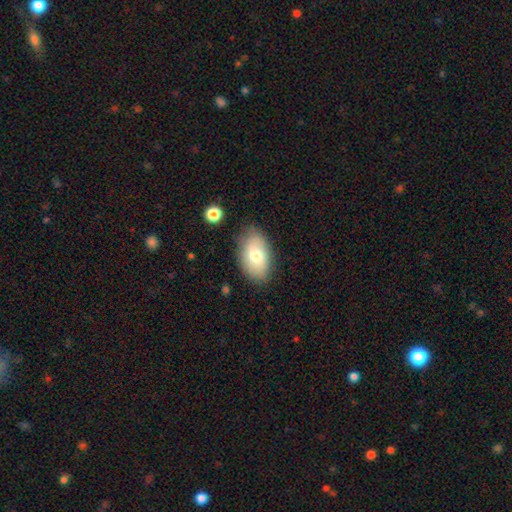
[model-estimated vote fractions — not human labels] Morphology: type=smooth (75%); roundness=in between (93%); merging=none (80%).